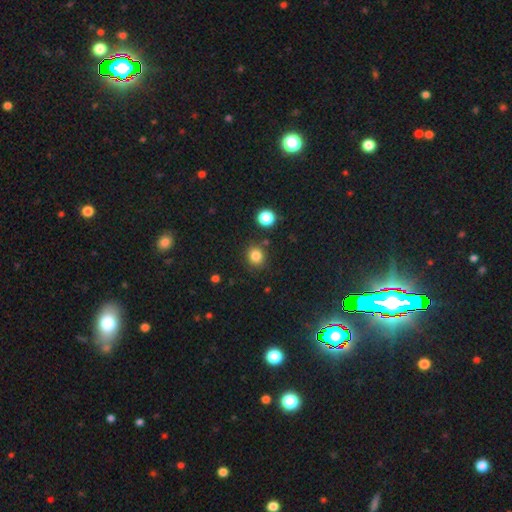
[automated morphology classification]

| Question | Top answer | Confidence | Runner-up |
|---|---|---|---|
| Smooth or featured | smooth | 82% | star or artifact (13%) |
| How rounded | round | 82% | in between (17%) |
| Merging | none | 83% | minor disturbance (9%) |